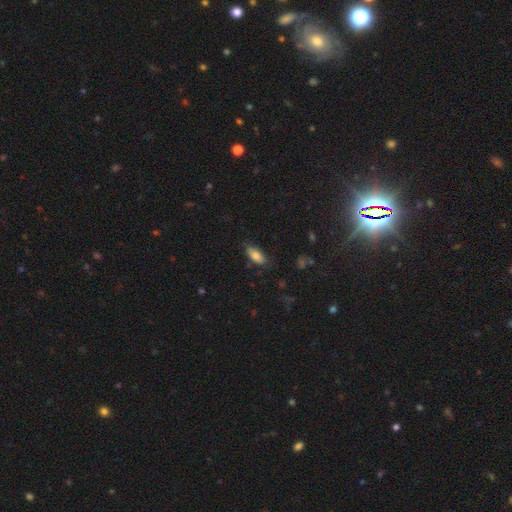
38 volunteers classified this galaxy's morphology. Smooth or featured?
  - smooth: 82% *
  - featured or disk: 13%
  - star or artifact: 5%
How rounded?
  - in between: 90% *
  - cigar-shaped: 10%
  - round: 0%
Merging?
  - none: 86% *
  - minor disturbance: 14%
  - major disturbance: 0%
  - merger: 0%